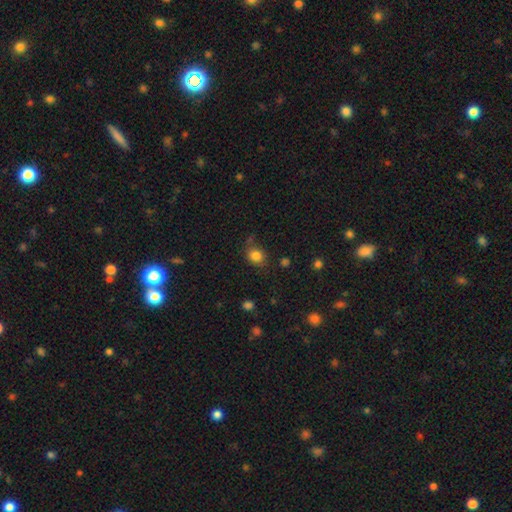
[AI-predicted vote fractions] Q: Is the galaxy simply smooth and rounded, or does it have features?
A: smooth — 83%.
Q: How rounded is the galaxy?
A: round — 60%.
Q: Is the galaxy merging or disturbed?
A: none — 71%.